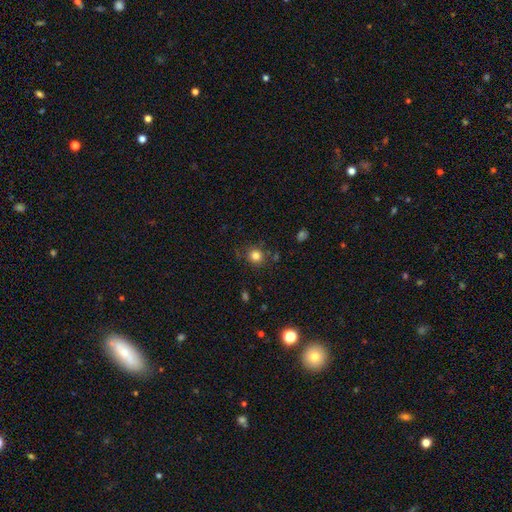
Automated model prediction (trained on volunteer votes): Overall: smooth (81%). How rounded: round (88%). Merging: none (82%).